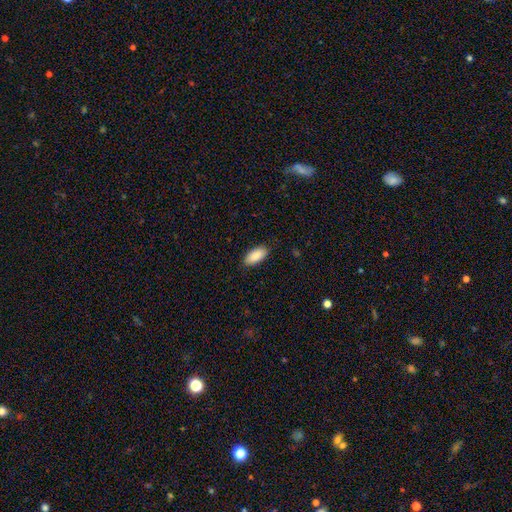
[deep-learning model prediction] Smooth or featured? smooth (90%)
How rounded? in between (92%)
Merging? none (87%)